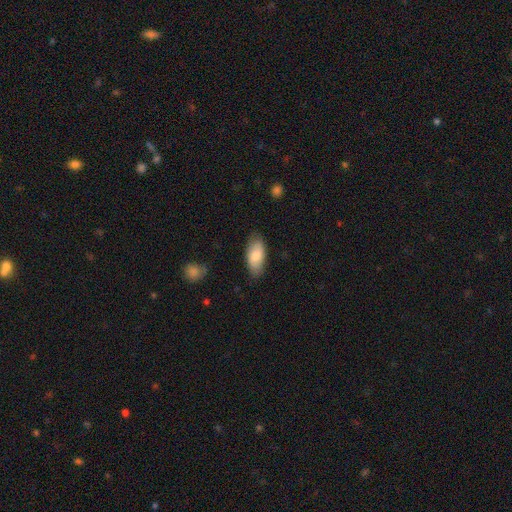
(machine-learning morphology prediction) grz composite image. It shows a smooth galaxy with no disk features (77%) that is in between round and cigar-shaped (92%). Merging: none (80%).